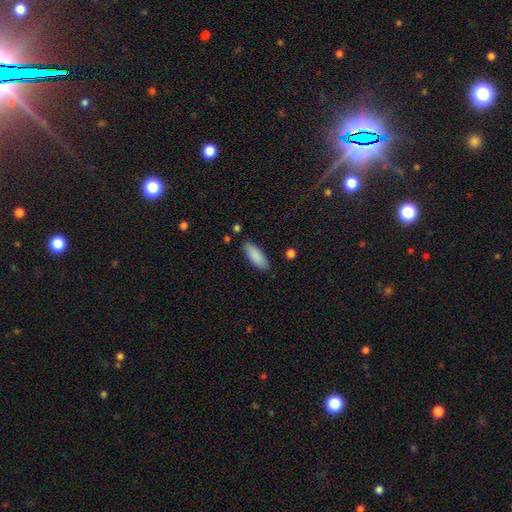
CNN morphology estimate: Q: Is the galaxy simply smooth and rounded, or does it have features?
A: smooth — 88%.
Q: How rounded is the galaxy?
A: in between — 68%.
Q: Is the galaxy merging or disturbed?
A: none — 86%.